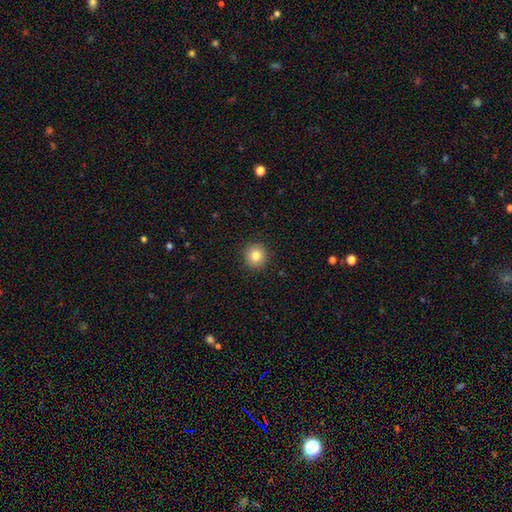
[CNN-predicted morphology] Smooth or featured? Predicted: smooth (p=0.81). How rounded? Predicted: round (p=0.94). Merging? Predicted: none (p=0.92).